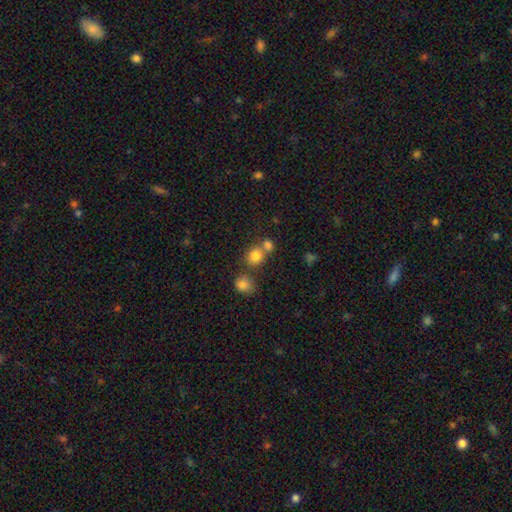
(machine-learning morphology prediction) Q: Smooth or featured?
A: smooth (80%); runner-up: star or artifact (13%)
Q: How rounded?
A: round (77%); runner-up: in between (22%)
Q: Merging?
A: none (54%); runner-up: merger (33%)